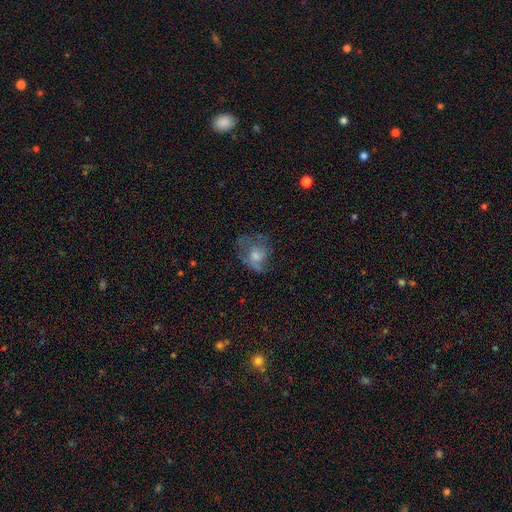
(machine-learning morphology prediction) featured or disk 47%, smooth 38%, star or artifact 15%. Down the decision tree: merging — none (47%).